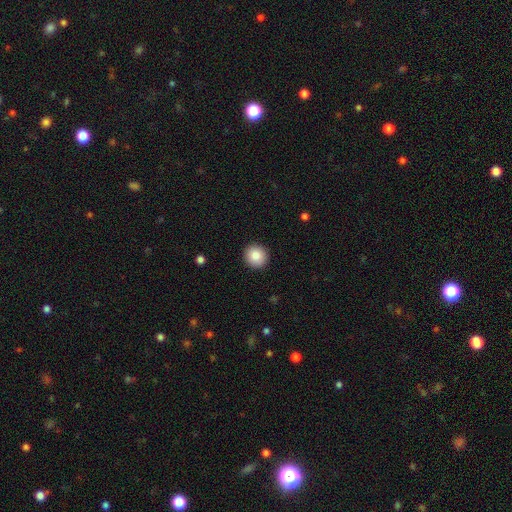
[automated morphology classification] Smooth or featured? Predicted: smooth (p=0.86). How rounded? Predicted: round (p=0.91). Merging? Predicted: none (p=0.92).